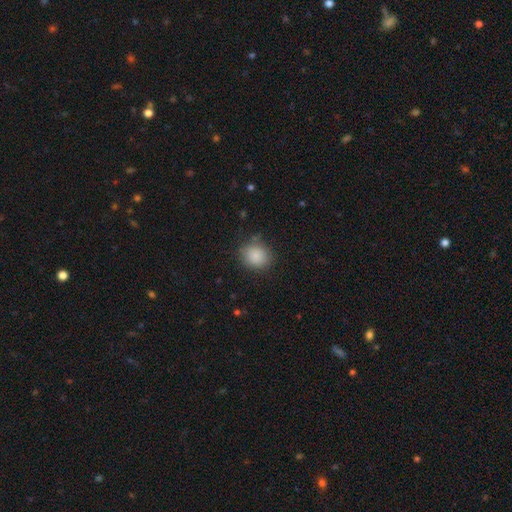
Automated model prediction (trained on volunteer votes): Smooth or featured? Predicted: smooth (p=0.87). How rounded? Predicted: round (p=0.63). Merging? Predicted: none (p=0.80).